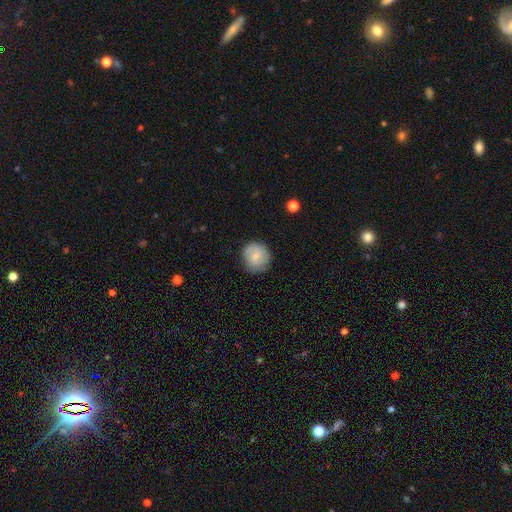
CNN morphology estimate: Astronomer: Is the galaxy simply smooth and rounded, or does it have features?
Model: smooth — 76%.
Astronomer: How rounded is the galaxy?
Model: round — 87%.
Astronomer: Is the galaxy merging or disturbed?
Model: none — 81%.